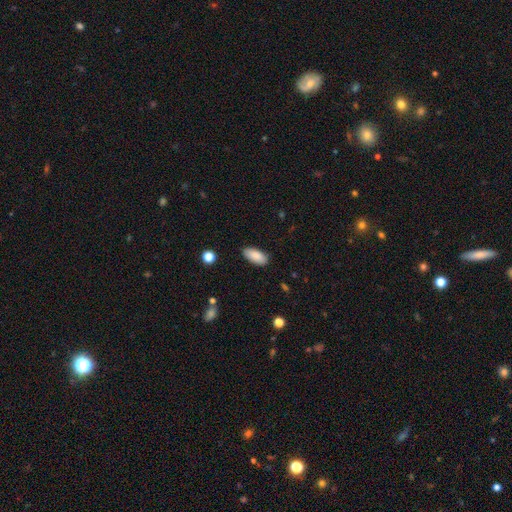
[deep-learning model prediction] A smooth galaxy with no disk features (89%) that is in between round and cigar-shaped (90%). Merging: none (87%).